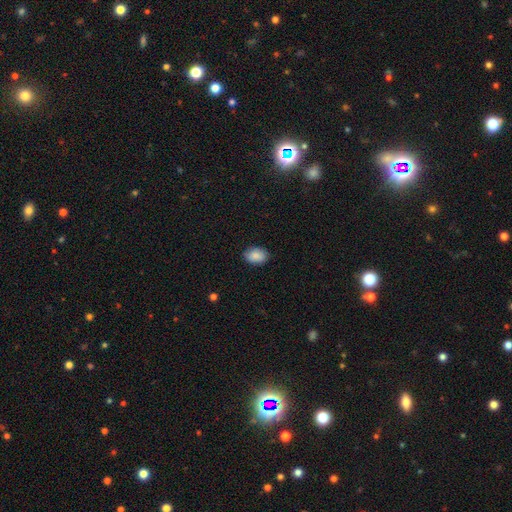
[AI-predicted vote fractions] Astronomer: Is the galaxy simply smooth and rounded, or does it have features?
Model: smooth — 87%.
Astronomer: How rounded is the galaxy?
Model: in between — 79%.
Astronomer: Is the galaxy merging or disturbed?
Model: none — 86%.